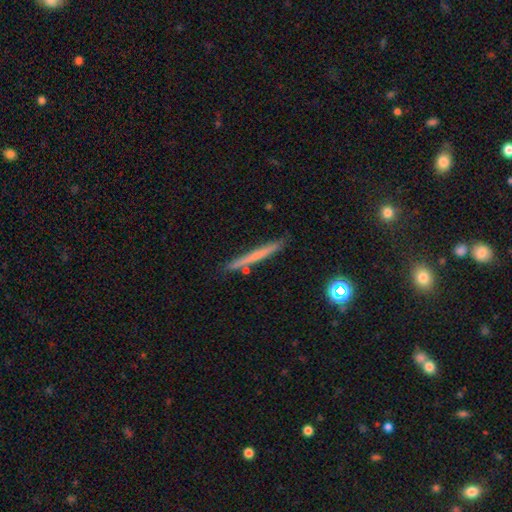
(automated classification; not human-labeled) This is possibly a smooth galaxy (51%). How rounded: clearly cigar-shaped (96%). Merging: clearly none (86%).